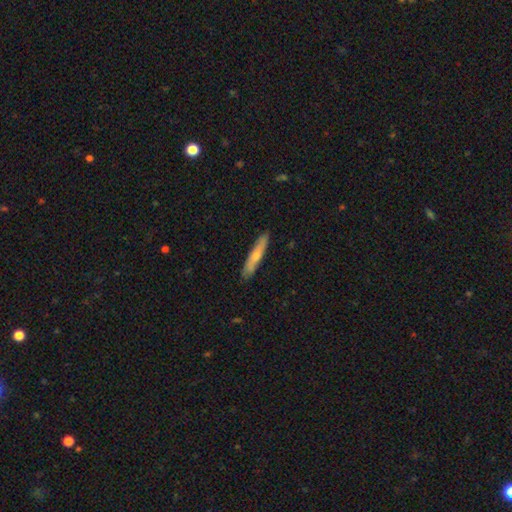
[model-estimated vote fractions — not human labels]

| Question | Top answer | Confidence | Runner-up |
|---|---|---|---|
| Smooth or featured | smooth | 62% | featured or disk (33%) |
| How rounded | cigar-shaped | 91% | in between (7%) |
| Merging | none | 88% | minor disturbance (9%) |